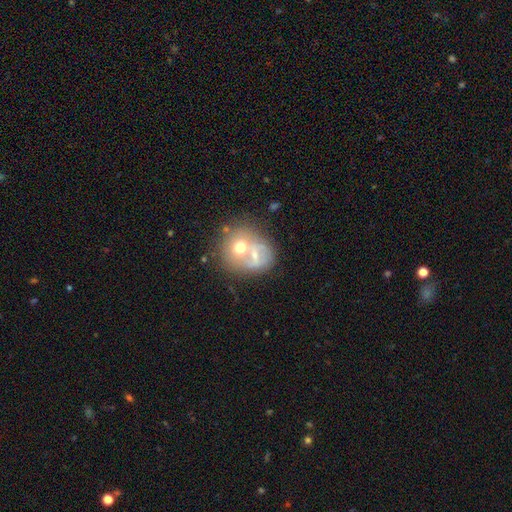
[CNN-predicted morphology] smooth_or_featured: smooth (p=0.49) [alt: featured or disk p=0.40]
merging: merger (p=0.55) [alt: none p=0.27]